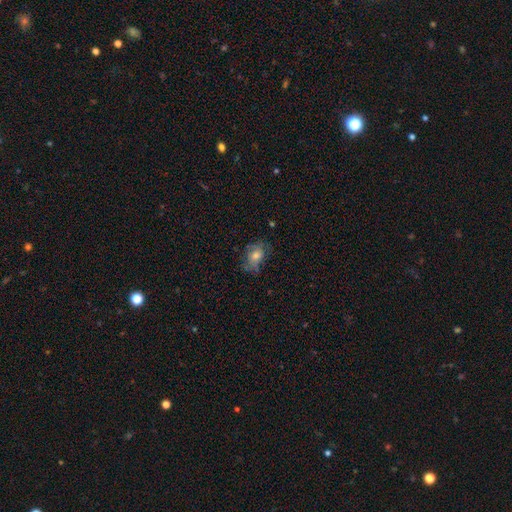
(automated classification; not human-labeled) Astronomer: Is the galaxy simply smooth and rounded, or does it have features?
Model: smooth — 53% (runner-up: featured or disk, 34%).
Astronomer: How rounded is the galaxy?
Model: in between — 69%.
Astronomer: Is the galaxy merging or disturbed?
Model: none — 60%.